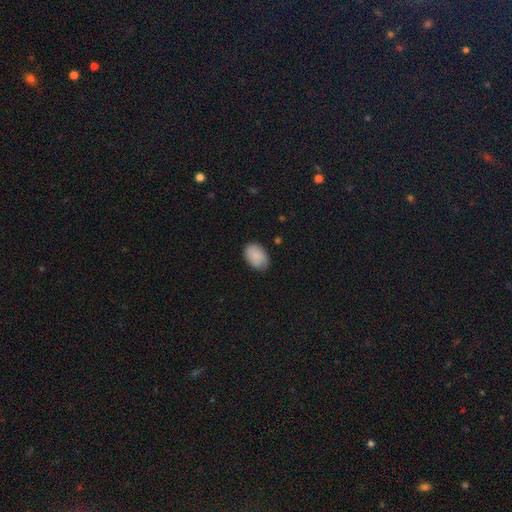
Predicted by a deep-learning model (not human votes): Overall: smooth (88%). How rounded: in between (84%). Merging: none (81%).